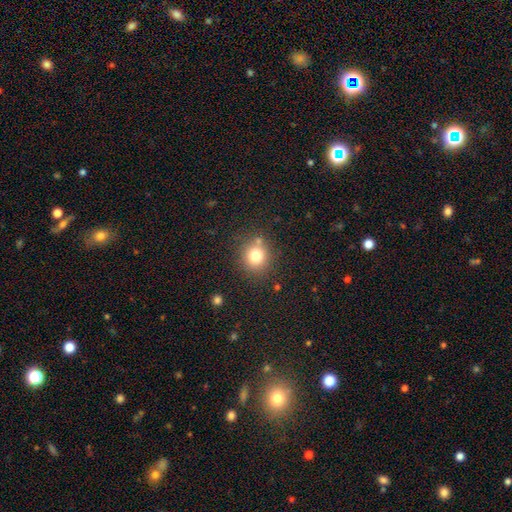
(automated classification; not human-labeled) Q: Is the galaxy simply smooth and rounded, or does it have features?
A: smooth — 78%.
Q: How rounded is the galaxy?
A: round — 86%.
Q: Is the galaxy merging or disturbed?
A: none — 79%.